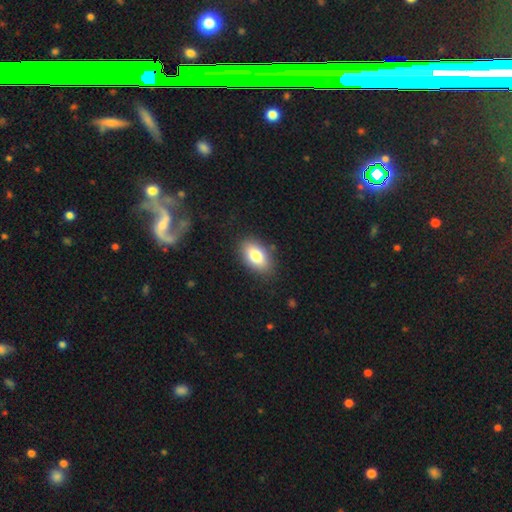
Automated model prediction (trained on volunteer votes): Smooth or featured? Predicted: smooth (p=0.80). How rounded? Predicted: in between (p=0.91). Merging? Predicted: none (p=0.84).